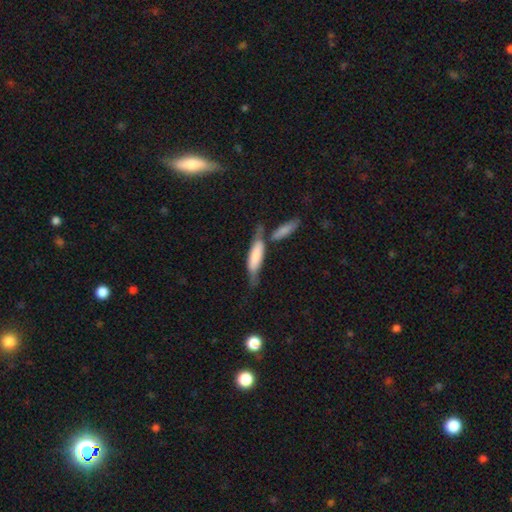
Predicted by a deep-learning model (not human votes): Smooth or featured? smooth (66%)
How rounded? cigar-shaped (59%)
Merging? none (39%)